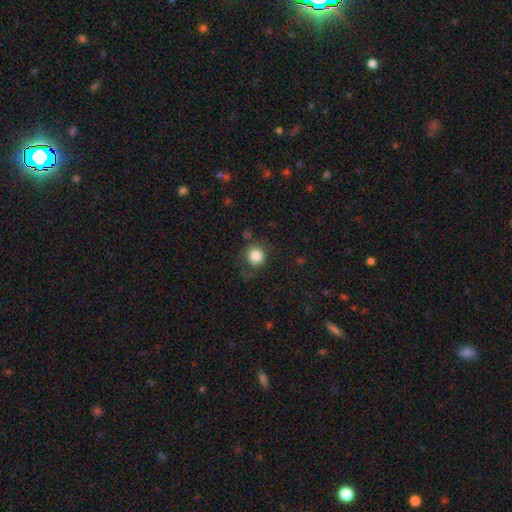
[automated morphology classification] Q: Smooth or featured?
A: smooth (83%); runner-up: star or artifact (10%)
Q: How rounded?
A: round (89%); runner-up: in between (10%)
Q: Merging?
A: none (71%); runner-up: minor disturbance (17%)